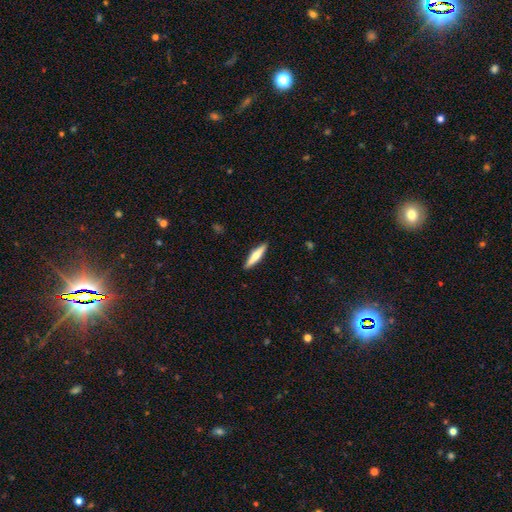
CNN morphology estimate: Q: Smooth or featured?
A: smooth (57%); runner-up: featured or disk (37%)
Q: How rounded?
A: cigar-shaped (85%); runner-up: in between (14%)
Q: Merging?
A: none (91%); runner-up: minor disturbance (7%)